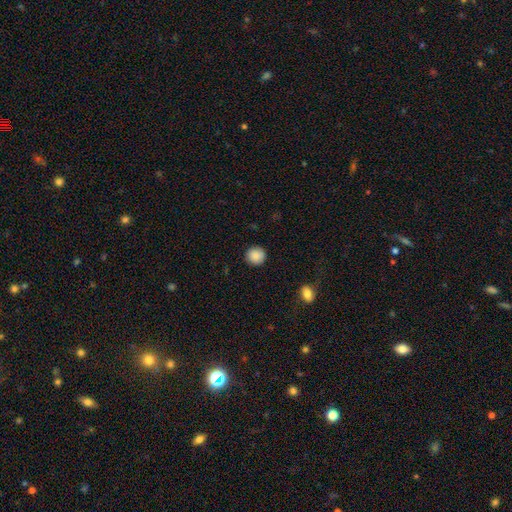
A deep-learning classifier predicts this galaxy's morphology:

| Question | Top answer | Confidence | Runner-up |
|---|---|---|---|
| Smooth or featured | smooth | 88% | star or artifact (8%) |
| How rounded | round | 93% | in between (6%) |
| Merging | none | 91% | minor disturbance (6%) |